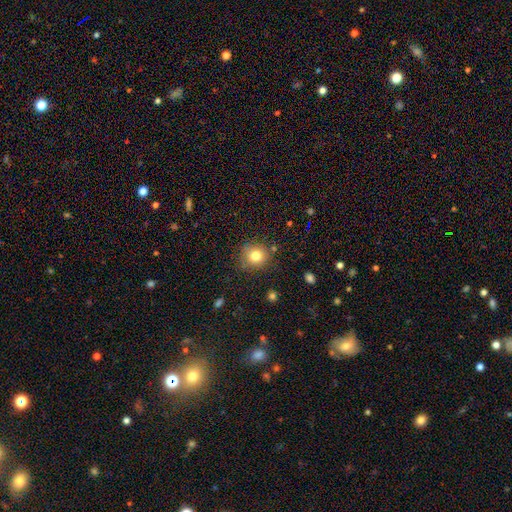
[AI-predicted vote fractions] This appears to be a smooth galaxy with no disk features (79%) that is round (87%). Merging: none (82%).